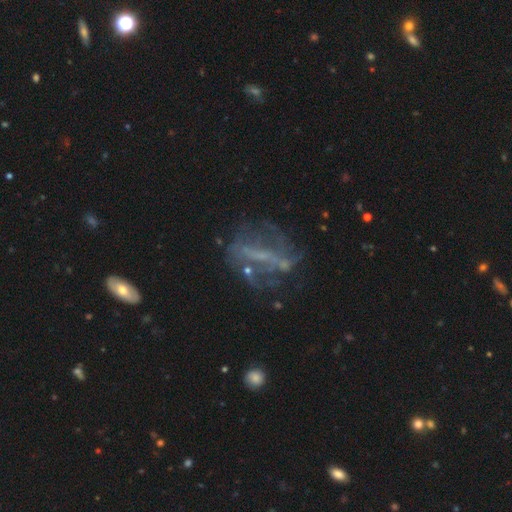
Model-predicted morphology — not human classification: Smooth or featured? Predicted: featured or disk (p=0.67). Edge-on disk? Predicted: no (p=0.78). Bar? Predicted: strong (p=0.50). Spiral arms? Predicted: no (p=0.58). Bulge size? Predicted: none (p=0.48). Merging? Predicted: none (p=0.56).